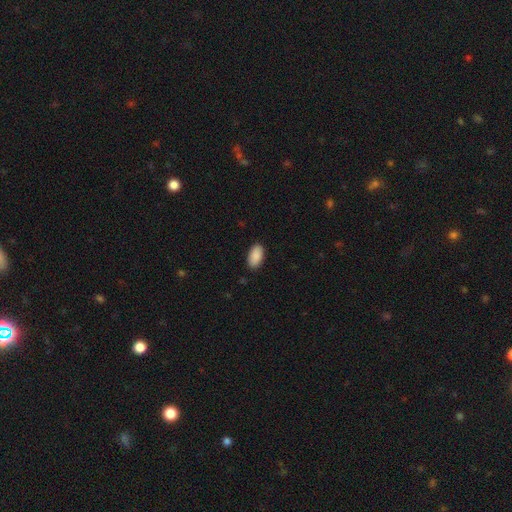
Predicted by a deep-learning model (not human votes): A smooth galaxy with no disk features (90%) that is in between round and cigar-shaped (95%). Merging: none (88%).